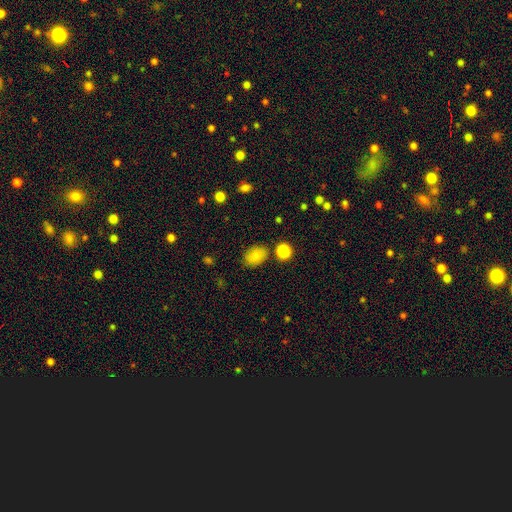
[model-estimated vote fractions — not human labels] Overall: smooth (83%). How rounded: in between (72%). Merging: none (79%).